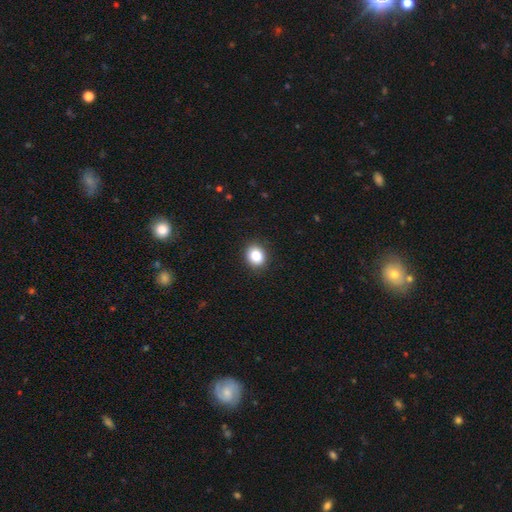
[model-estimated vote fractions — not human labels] smooth_or_featured: smooth (p=0.86) [alt: star or artifact p=0.09]
how_rounded: round (p=0.68) [alt: in between p=0.31]
merging: none (p=0.90) [alt: minor disturbance p=0.07]